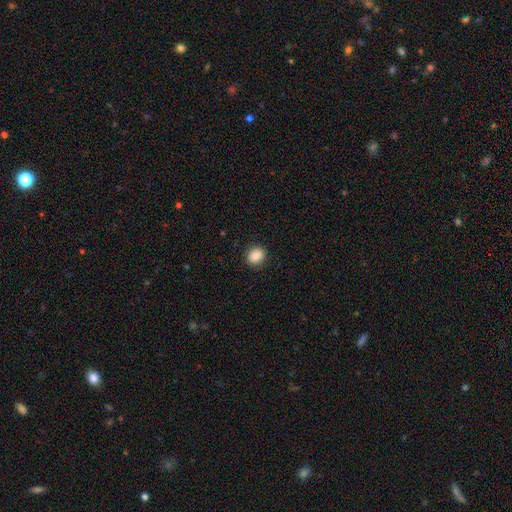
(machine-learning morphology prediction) A smooth galaxy with no disk features (88%) that is round (68%).

Vote fractions:
- Smooth or featured? smooth: 88% / star or artifact: 8% / featured or disk: 4%
- How rounded? round: 68% / in between: 31% / cigar-shaped: 1%
- Merging? none: 90% / minor disturbance: 7% / major disturbance: 2% / merger: 1%